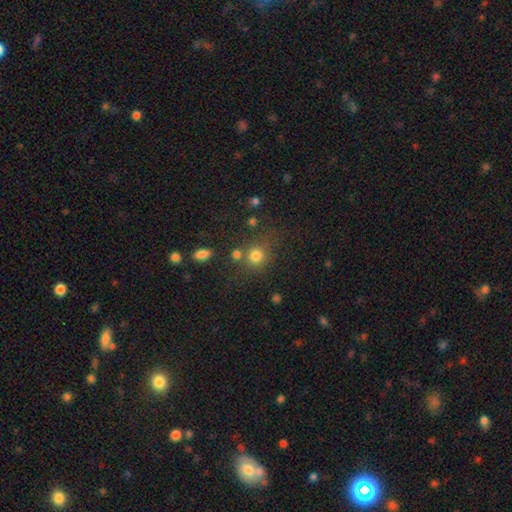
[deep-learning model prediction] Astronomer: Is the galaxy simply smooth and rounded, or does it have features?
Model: smooth — 78%.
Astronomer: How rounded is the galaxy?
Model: round — 85%.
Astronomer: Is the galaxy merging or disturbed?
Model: none — 65%.